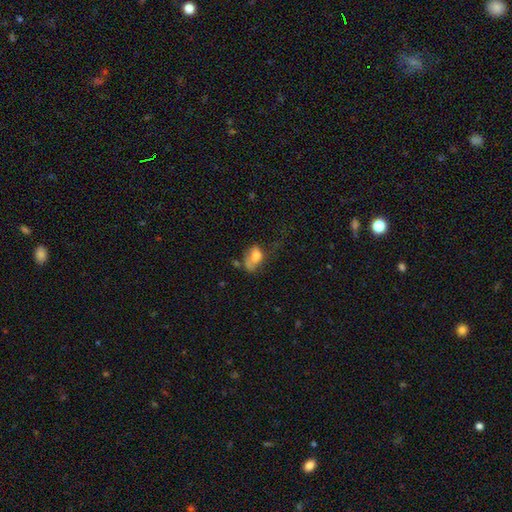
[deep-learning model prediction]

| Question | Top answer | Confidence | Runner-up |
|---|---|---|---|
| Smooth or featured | smooth | 67% | featured or disk (23%) |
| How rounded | in between | 79% | round (19%) |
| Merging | major disturbance | 35% | none (25%) |